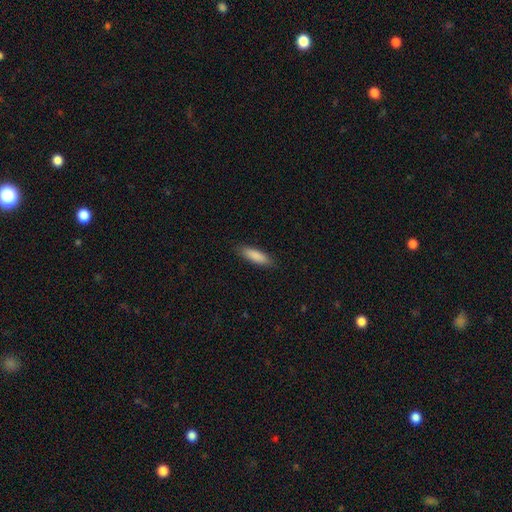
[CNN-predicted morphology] A smooth galaxy with no disk features (87%) that is cigar-shaped (57%).

Vote fractions:
- Smooth or featured? smooth: 87% / featured or disk: 7% / star or artifact: 6%
- How rounded? cigar-shaped: 57% / in between: 41% / round: 1%
- Merging? none: 87% / minor disturbance: 10% / major disturbance: 2% / merger: 1%